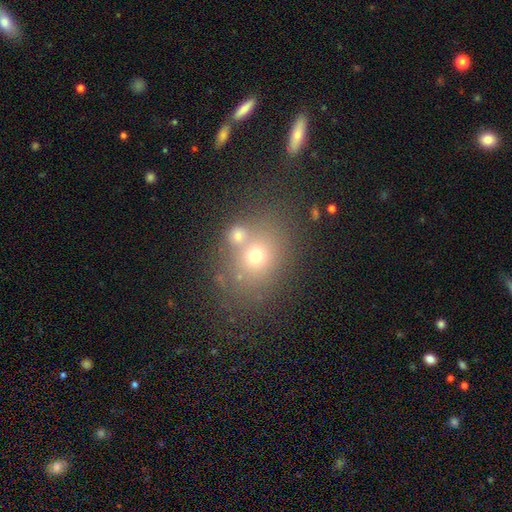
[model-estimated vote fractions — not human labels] A smooth galaxy with no disk features (63%) that is round (57%). Merging: none (55%).